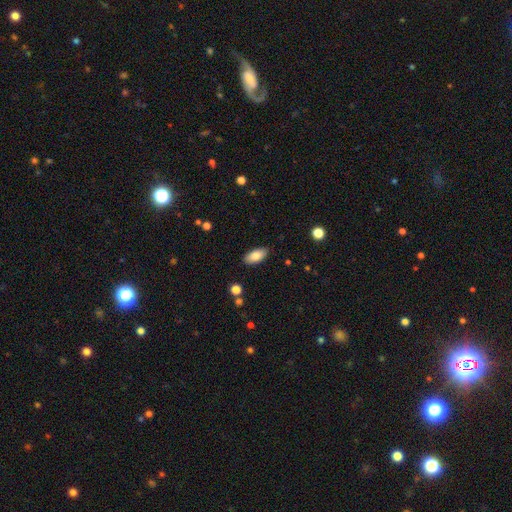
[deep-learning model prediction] Q: Smooth or featured?
A: smooth (82%); runner-up: featured or disk (11%)
Q: How rounded?
A: in between (90%); runner-up: cigar-shaped (7%)
Q: Merging?
A: none (87%); runner-up: minor disturbance (10%)